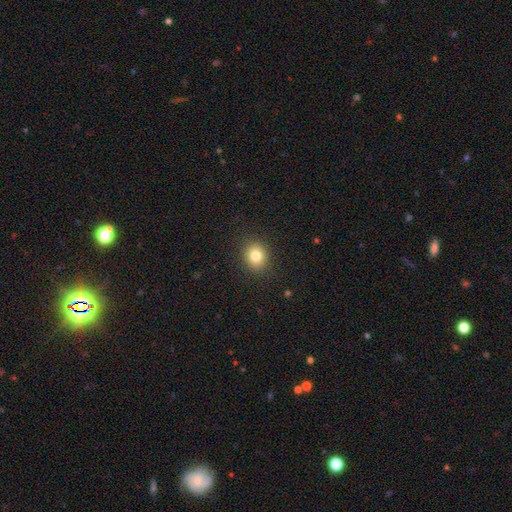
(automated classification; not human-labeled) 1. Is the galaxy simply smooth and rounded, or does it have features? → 81% smooth, 11% star or artifact, 8% featured or disk.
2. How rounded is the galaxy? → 65% round, 34% in between, 1% cigar-shaped.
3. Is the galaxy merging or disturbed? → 88% none, 8% minor disturbance, 3% major disturbance, 1% merger.